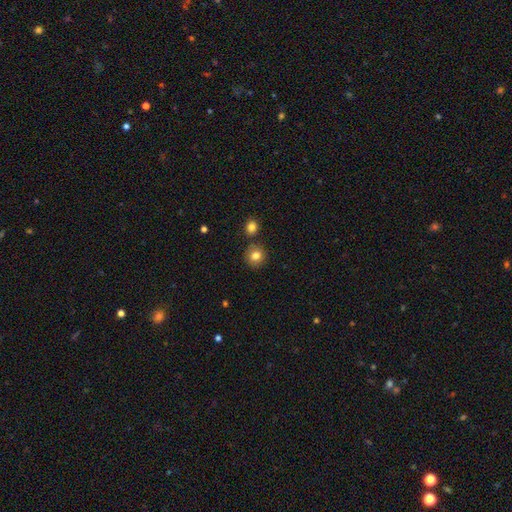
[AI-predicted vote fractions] This appears to be a smooth galaxy with no disk features (82%) that is round (89%). Merging: none (82%).